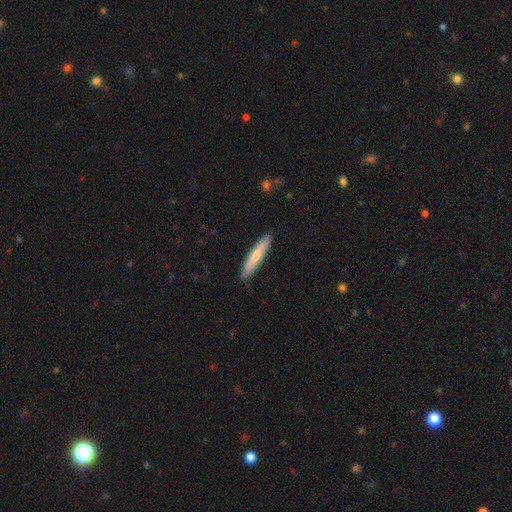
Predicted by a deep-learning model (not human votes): Smooth or featured: smooth — 69% (featured or disk — 26%)
How rounded: cigar-shaped — 92% (in between — 7%)
Merging: none — 90% (minor disturbance — 8%)